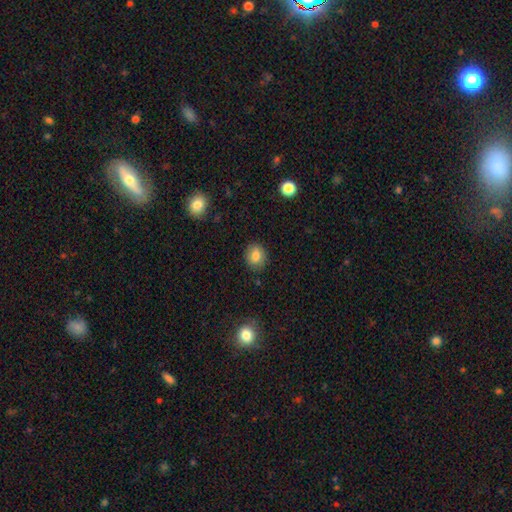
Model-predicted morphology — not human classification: Overall: smooth (82%). How rounded: round (60%; in between 39%). Merging: none (87%).